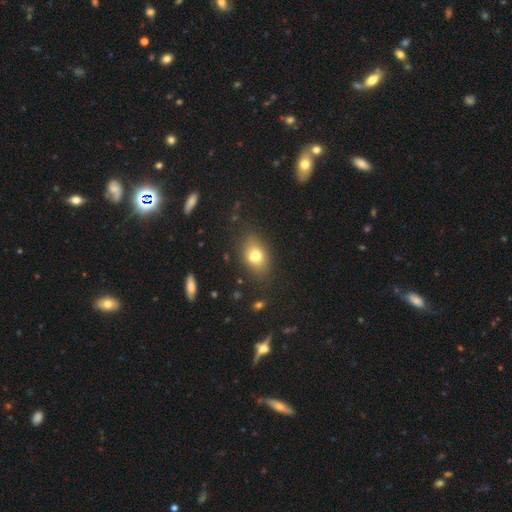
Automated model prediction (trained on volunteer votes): Smooth or featured?
  - smooth: 74% *
  - featured or disk: 15%
  - star or artifact: 11%
How rounded?
  - in between: 78% *
  - round: 20%
  - cigar-shaped: 2%
Merging?
  - none: 78% *
  - minor disturbance: 15%
  - major disturbance: 5%
  - merger: 3%